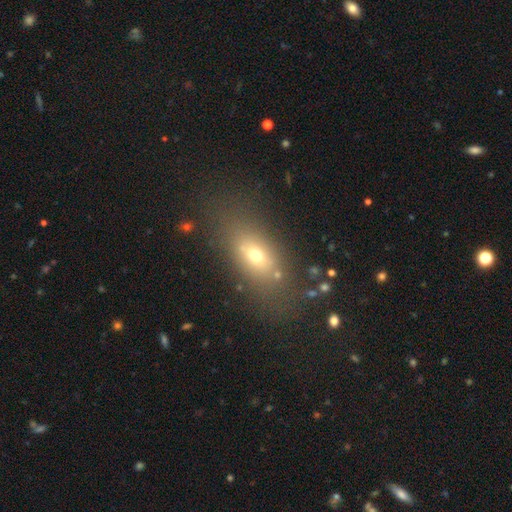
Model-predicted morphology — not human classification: Q: Smooth or featured?
A: smooth (64%); runner-up: featured or disk (20%)
Q: How rounded?
A: in between (75%); runner-up: round (13%)
Q: Merging?
A: none (72%); runner-up: minor disturbance (14%)